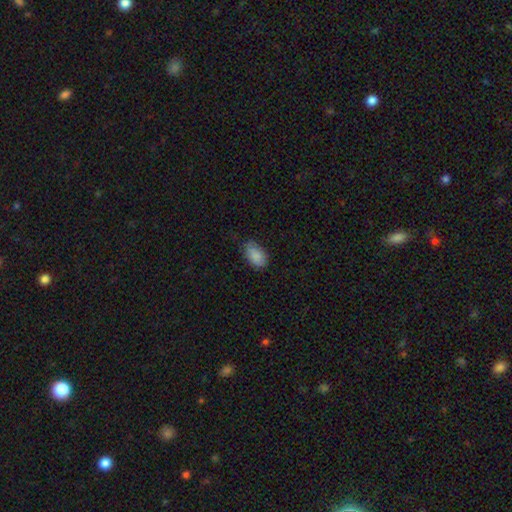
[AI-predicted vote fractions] smooth-or-featured: smooth: 87% | star or artifact: 7% | featured or disk: 6%
  how-rounded: in between: 92% | round: 7% | cigar-shaped: 1%
  merging: none: 68% | minor disturbance: 26% | major disturbance: 5% | merger: 1%